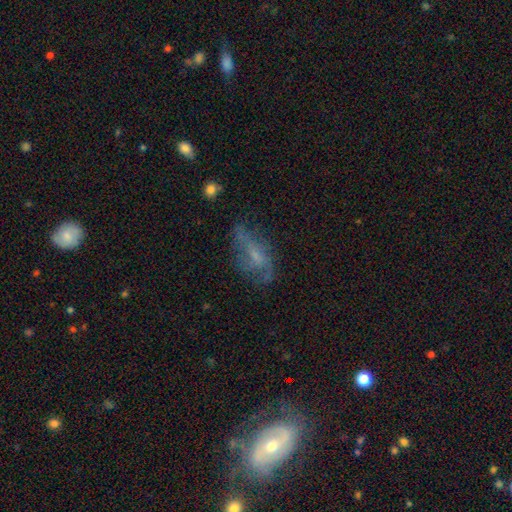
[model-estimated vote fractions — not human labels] featured or disk 55%, smooth 34%, star or artifact 12%. Down the decision tree: edge-on disk — no (91%); merging — none (46%).